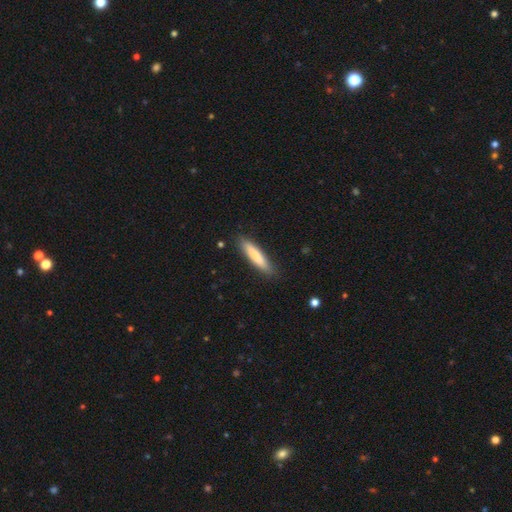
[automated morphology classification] This is clearly a smooth galaxy (80%). How rounded: clearly cigar-shaped (84%). Merging: clearly none (87%).